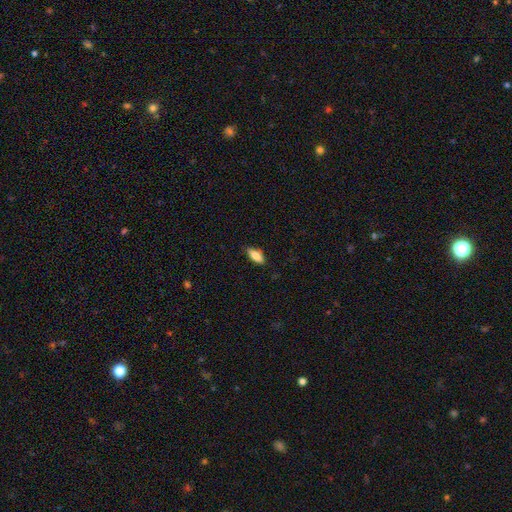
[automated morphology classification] The model was most divided on "how rounded": in between: 76%, cigar-shaped: 22%, round: 2%. More confident: merging — none (81%); smooth or featured — smooth (79%).